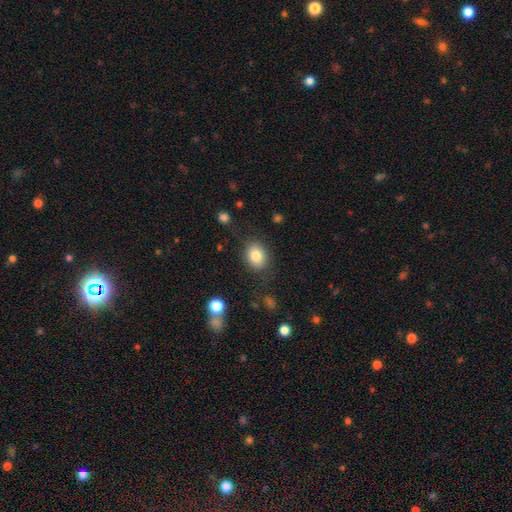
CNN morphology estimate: This appears to be a smooth galaxy with no disk features (83%) that is in between round and cigar-shaped (56%). Merging: none (82%).